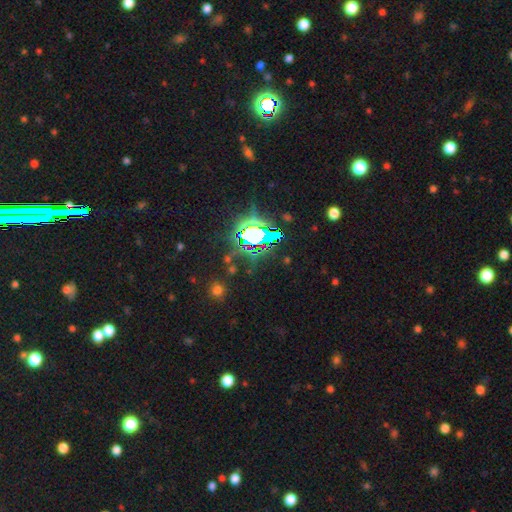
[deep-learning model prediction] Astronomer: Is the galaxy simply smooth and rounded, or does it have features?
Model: star or artifact — 79%.